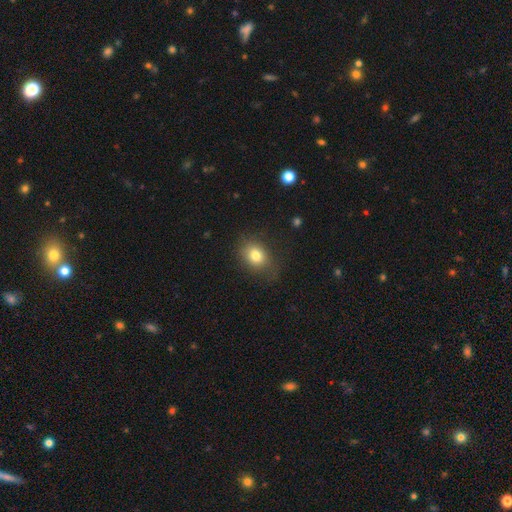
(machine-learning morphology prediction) smooth_or_featured: smooth (p=0.79) [alt: featured or disk p=0.11]
how_rounded: in between (p=0.56) [alt: round p=0.43]
merging: none (p=0.70) [alt: minor disturbance p=0.21]